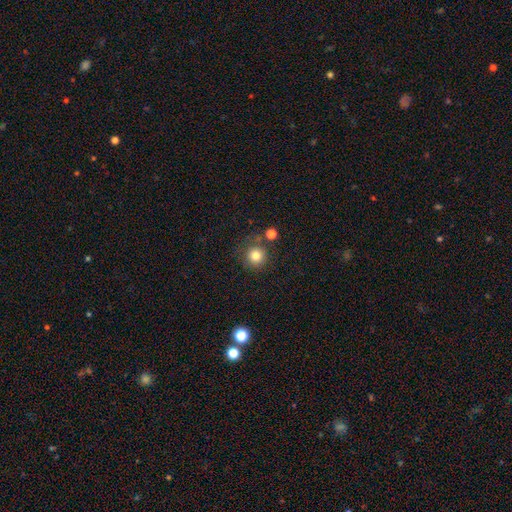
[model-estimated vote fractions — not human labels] smooth 81%, star or artifact 12%, featured or disk 7%. Down the decision tree: how rounded — round (94%); merging — none (77%).